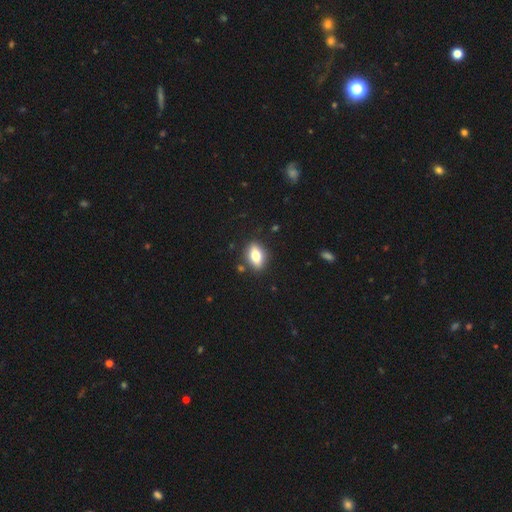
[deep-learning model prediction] The model was most divided on "smooth or featured": smooth: 74%, featured or disk: 18%, star or artifact: 8%. More confident: merging — none (86%); how rounded — in between (83%).